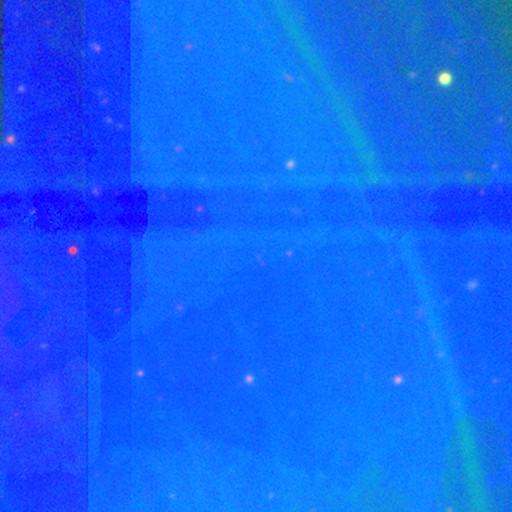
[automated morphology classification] Smooth or featured?
  - star or artifact: 81% *
  - smooth: 11%
  - featured or disk: 8%